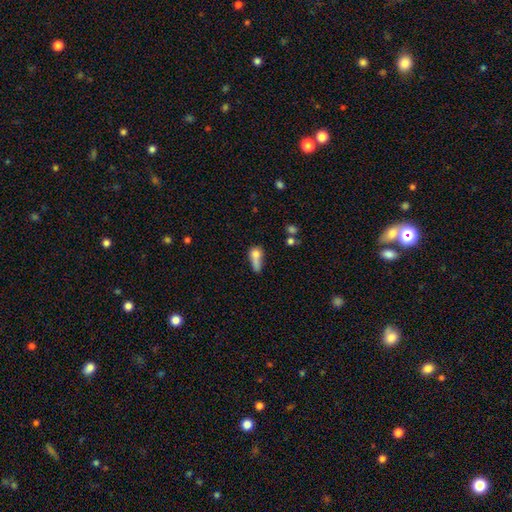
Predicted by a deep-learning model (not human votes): Q: Smooth or featured?
A: smooth (70%); runner-up: featured or disk (19%)
Q: How rounded?
A: in between (52%); runner-up: round (25%)
Q: Merging?
A: merger (28%); runner-up: major disturbance (26%)